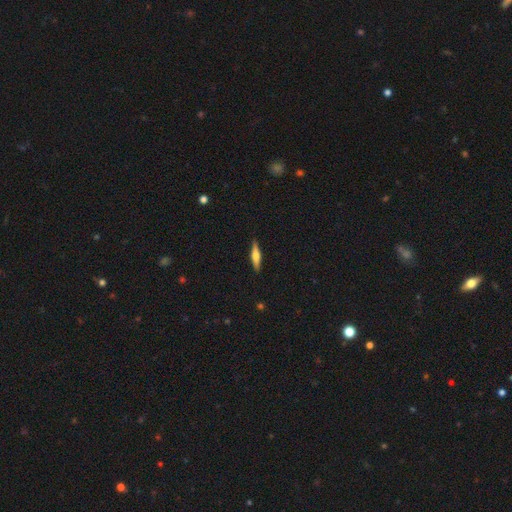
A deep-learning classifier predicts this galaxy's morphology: Smooth or featured? featured or disk (51%)
Edge-on disk? yes (96%)
Merging? none (90%)